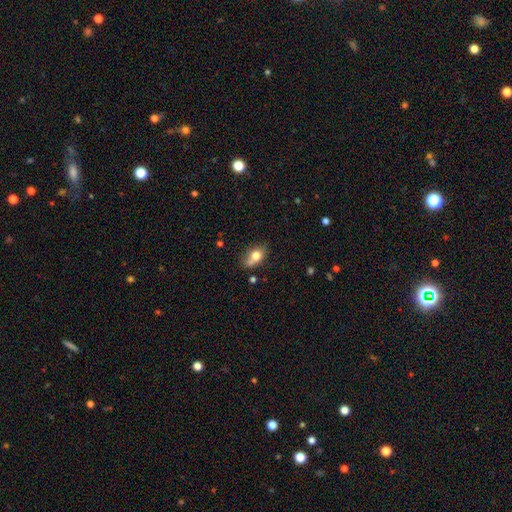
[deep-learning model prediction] This appears to be a smooth galaxy with no disk features (72%) that is in between round and cigar-shaped (76%). Merging: none (53%).